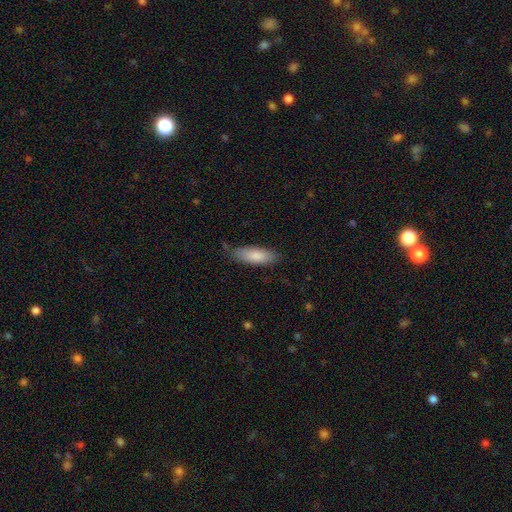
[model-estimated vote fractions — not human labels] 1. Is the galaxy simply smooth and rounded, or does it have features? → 84% smooth, 10% featured or disk, 6% star or artifact.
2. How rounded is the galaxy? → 63% in between, 36% cigar-shaped, 2% round.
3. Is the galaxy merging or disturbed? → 78% none, 17% minor disturbance, 3% major disturbance, 2% merger.